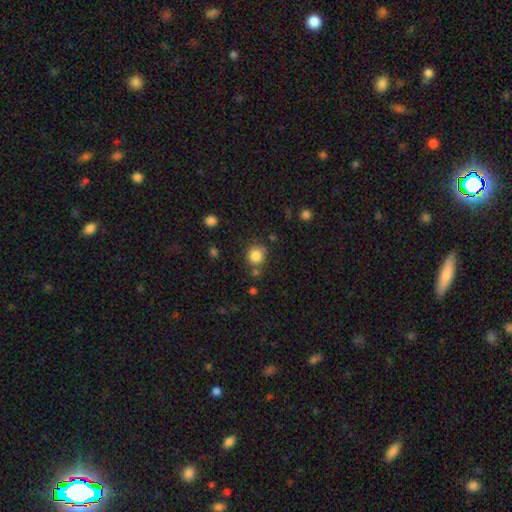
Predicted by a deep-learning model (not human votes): Morphology: type=smooth (83%); roundness=round (87%); merging=none (70%).